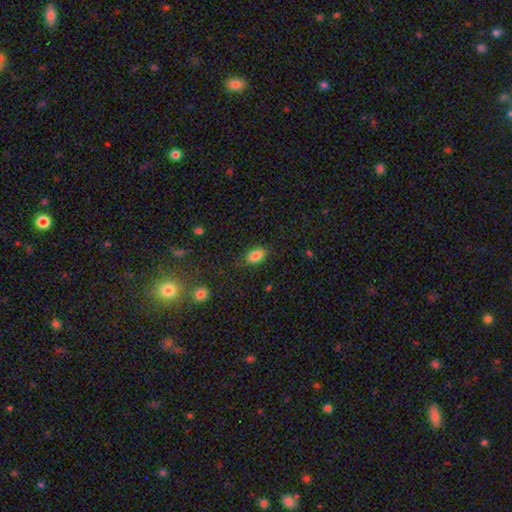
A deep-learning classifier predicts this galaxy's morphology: smooth 85%, star or artifact 9%, featured or disk 7%. Down the decision tree: how rounded — in between (88%); merging — none (84%).